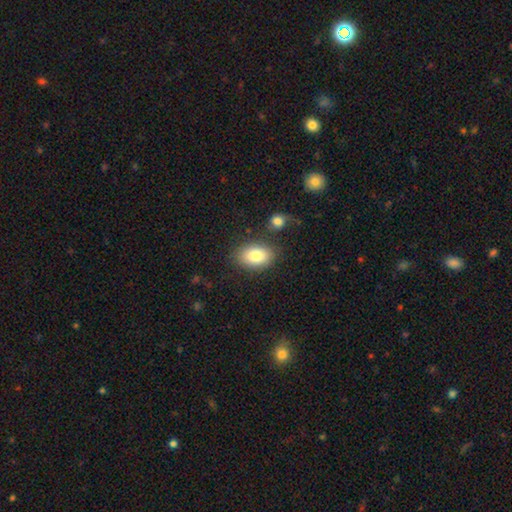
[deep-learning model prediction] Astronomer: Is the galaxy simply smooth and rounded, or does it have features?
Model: smooth — 85%.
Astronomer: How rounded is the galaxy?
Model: in between — 88%.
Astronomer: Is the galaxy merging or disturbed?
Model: none — 77%.